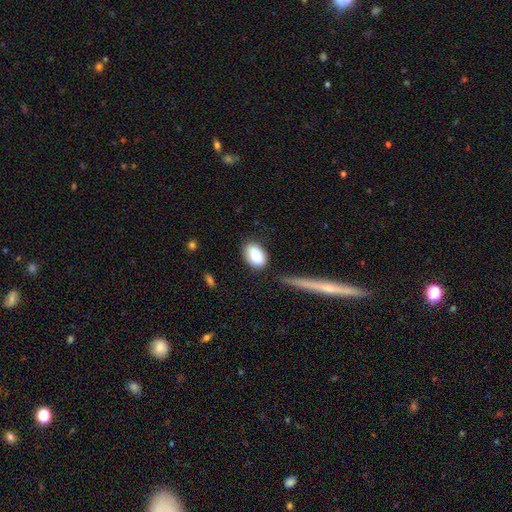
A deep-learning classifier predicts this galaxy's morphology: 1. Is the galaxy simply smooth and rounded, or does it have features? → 85% smooth, 8% featured or disk, 7% star or artifact.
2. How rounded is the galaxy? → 87% in between, 11% round, 2% cigar-shaped.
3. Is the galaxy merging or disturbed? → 74% none, 17% minor disturbance, 5% major disturbance, 5% merger.